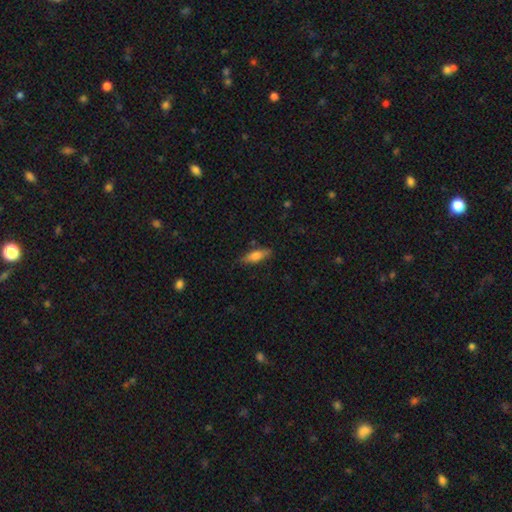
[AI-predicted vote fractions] smooth-or-featured: smooth: 72% | featured or disk: 21% | star or artifact: 7%
  how-rounded: in between: 56% | cigar-shaped: 41% | round: 2%
  merging: none: 81% | minor disturbance: 15% | major disturbance: 3% | merger: 2%